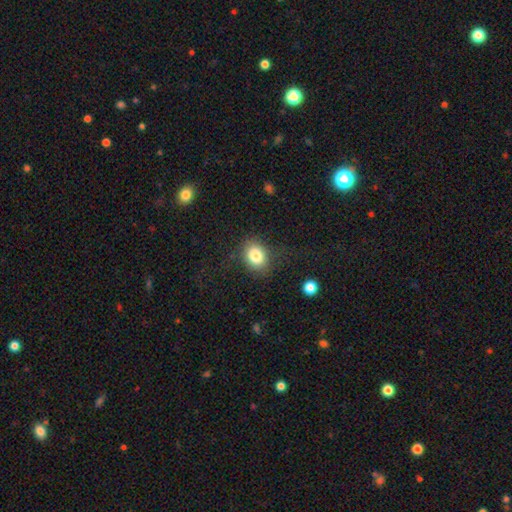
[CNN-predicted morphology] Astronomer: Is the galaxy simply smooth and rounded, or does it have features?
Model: smooth — 82%.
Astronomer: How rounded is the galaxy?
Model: in between — 52% (runner-up: round, 47%).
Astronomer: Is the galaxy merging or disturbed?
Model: none — 79%.